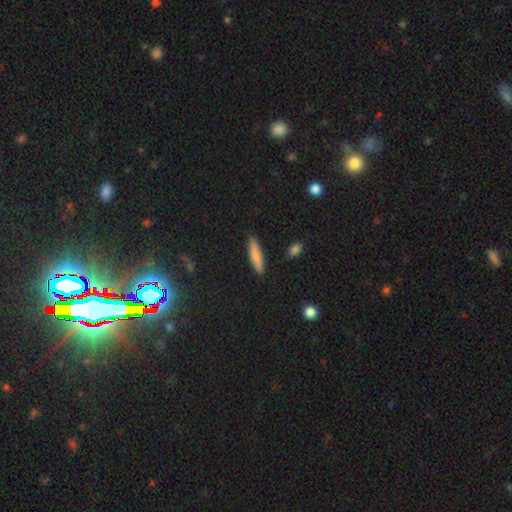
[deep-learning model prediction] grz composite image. It shows a smooth galaxy with no disk features (78%) that is cigar-shaped (83%). Merging: none (89%).